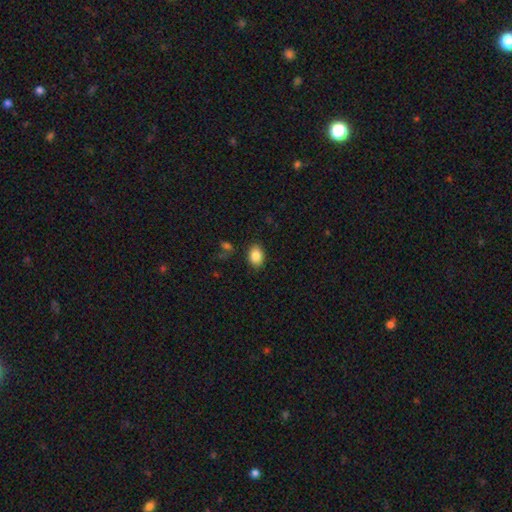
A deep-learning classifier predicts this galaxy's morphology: Smooth or featured? Predicted: smooth (p=0.86). How rounded? Predicted: in between (p=0.77). Merging? Predicted: none (p=0.84).